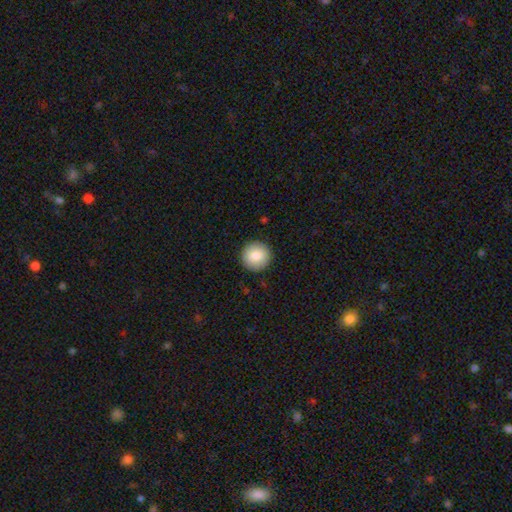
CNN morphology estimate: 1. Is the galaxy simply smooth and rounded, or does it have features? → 86% smooth, 7% star or artifact, 7% featured or disk.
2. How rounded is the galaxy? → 95% round, 4% in between, 1% cigar-shaped.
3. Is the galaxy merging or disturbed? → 92% none, 5% minor disturbance, 2% major disturbance, 1% merger.